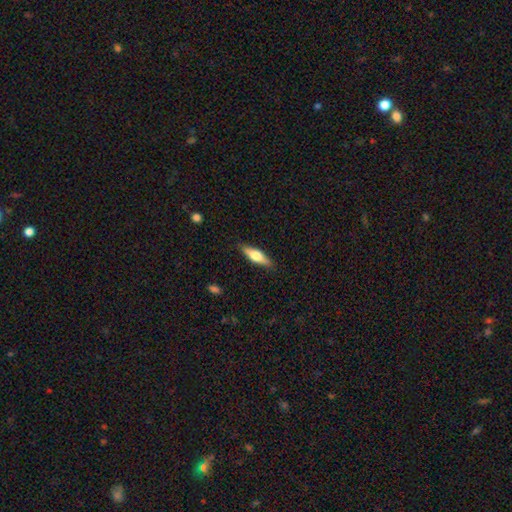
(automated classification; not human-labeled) Q: Smooth or featured?
A: smooth (52%); runner-up: featured or disk (43%)
Q: How rounded?
A: cigar-shaped (54%); runner-up: in between (43%)
Q: Merging?
A: none (86%); runner-up: minor disturbance (10%)